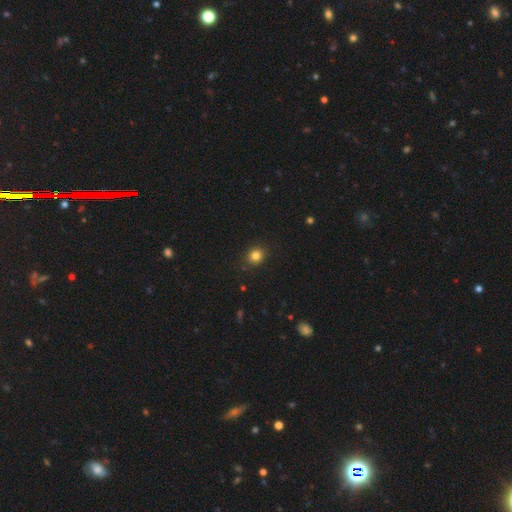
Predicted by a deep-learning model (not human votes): smooth-or-featured: smooth: 82% | star or artifact: 12% | featured or disk: 5%
  how-rounded: round: 82% | in between: 17% | cigar-shaped: 1%
  merging: none: 90% | minor disturbance: 7% | major disturbance: 2% | merger: 1%